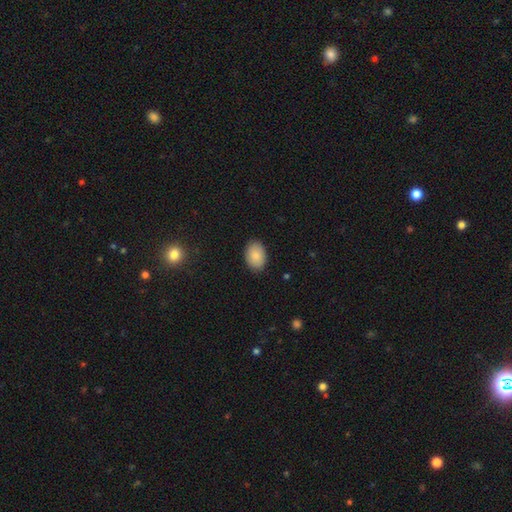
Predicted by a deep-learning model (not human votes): Overall: smooth (85%). How rounded: in between (83%). Merging: none (87%).